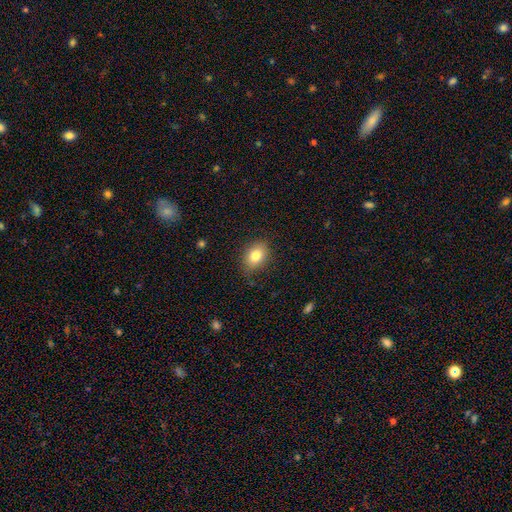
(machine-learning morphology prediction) A smooth galaxy with no disk features (81%) that is in between round and cigar-shaped (71%). Merging: none (82%).